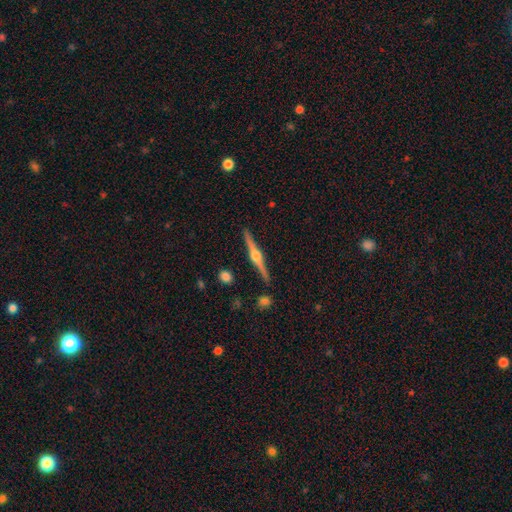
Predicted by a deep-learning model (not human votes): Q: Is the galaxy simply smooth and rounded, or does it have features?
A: featured or disk — 83%.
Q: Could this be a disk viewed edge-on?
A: yes — 98%.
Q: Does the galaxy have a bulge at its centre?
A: rounded — 95%.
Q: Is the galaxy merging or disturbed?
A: none — 91%.